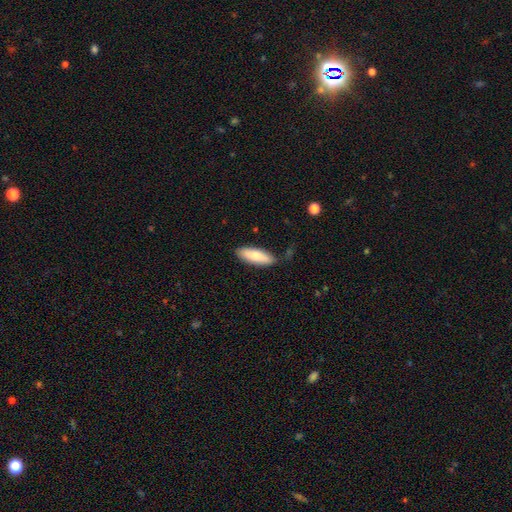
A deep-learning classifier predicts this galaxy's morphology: The model was most divided on "how rounded": in between: 57%, cigar-shaped: 41%, round: 2%. More confident: merging — none (82%); smooth or featured — smooth (79%).